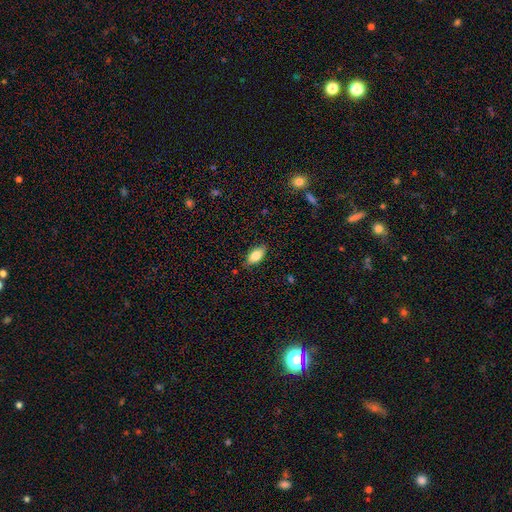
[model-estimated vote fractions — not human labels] The model was most divided on "merging": none: 84%, minor disturbance: 12%, major disturbance: 2%, merger: 1%. More confident: how rounded — in between (91%); smooth or featured — smooth (84%).